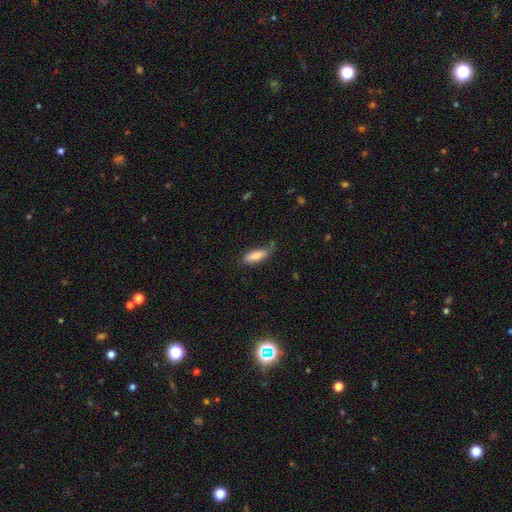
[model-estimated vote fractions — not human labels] Smooth or featured: smooth — 80% (featured or disk — 13%)
How rounded: in between — 60% (cigar-shaped — 38%)
Merging: none — 69% (minor disturbance — 23%)